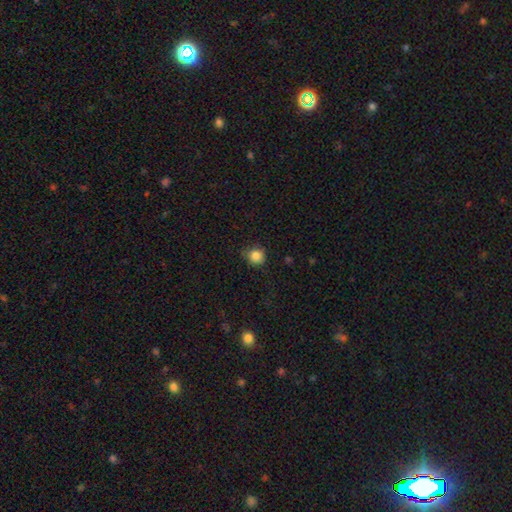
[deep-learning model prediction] Smooth or featured?
  - smooth: 85% *
  - star or artifact: 11%
  - featured or disk: 5%
How rounded?
  - round: 87% *
  - in between: 12%
  - cigar-shaped: 1%
Merging?
  - none: 74% *
  - minor disturbance: 20%
  - major disturbance: 4%
  - merger: 1%